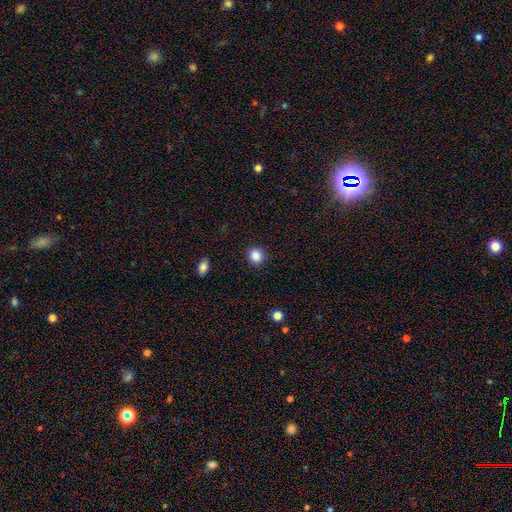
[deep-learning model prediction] A smooth galaxy with no disk features (87%) that is round (82%).

Vote fractions:
- Smooth or featured? smooth: 87% / star or artifact: 10% / featured or disk: 3%
- How rounded? round: 82% / in between: 17% / cigar-shaped: 1%
- Merging? none: 90% / minor disturbance: 7% / major disturbance: 2% / merger: 1%